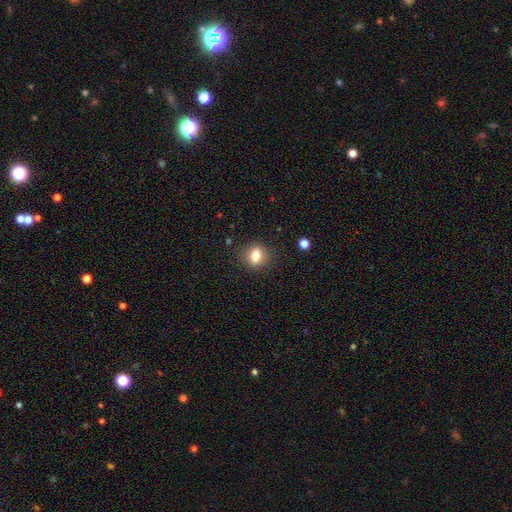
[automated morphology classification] Smooth or featured? smooth (80%)
How rounded? round (59%)
Merging? none (86%)